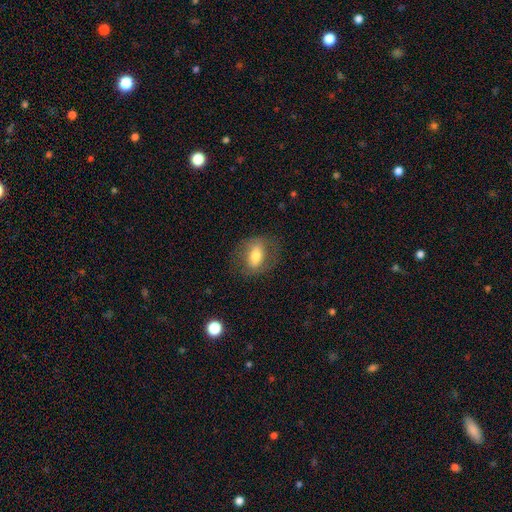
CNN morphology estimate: Smooth or featured? Predicted: smooth (p=0.56). How rounded? Predicted: in between (p=0.75). Merging? Predicted: none (p=0.71).